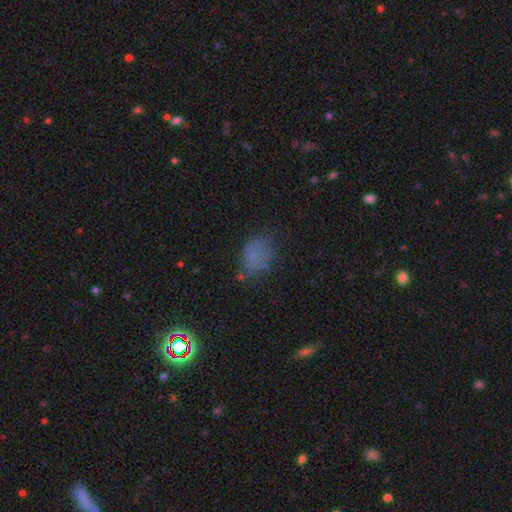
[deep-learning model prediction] smooth 58%, star or artifact 22%, featured or disk 19%. Down the decision tree: how rounded — in between (75%); merging — none (49%).